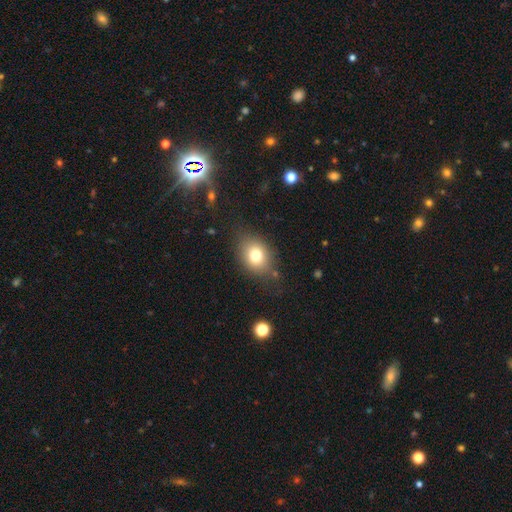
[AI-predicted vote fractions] Morphology: type=smooth (76%); roundness=in between (56%); merging=none (74%).